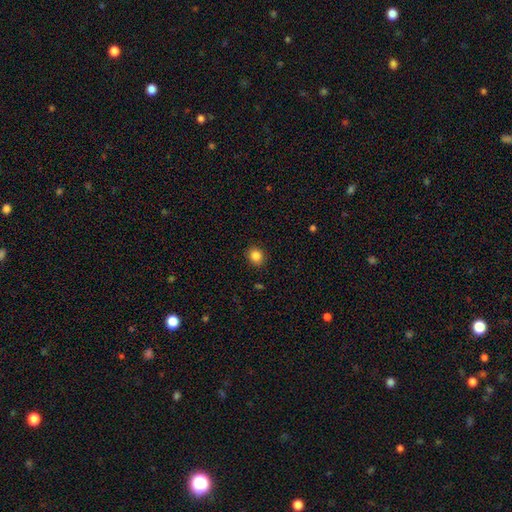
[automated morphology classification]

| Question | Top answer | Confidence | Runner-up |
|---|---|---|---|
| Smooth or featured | smooth | 85% | star or artifact (10%) |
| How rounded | round | 72% | in between (27%) |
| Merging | none | 90% | minor disturbance (7%) |